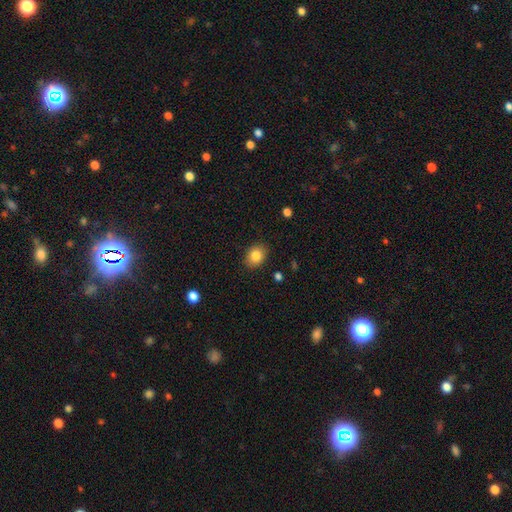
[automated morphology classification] A smooth galaxy with no disk features (84%) that is in between round and cigar-shaped (55%). Merging: none (88%).